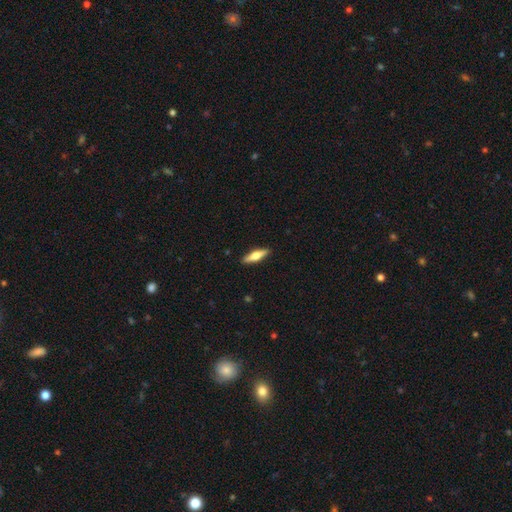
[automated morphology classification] smooth 56%, featured or disk 38%, star or artifact 6%. Down the decision tree: how rounded — cigar-shaped (67%); merging — none (90%).